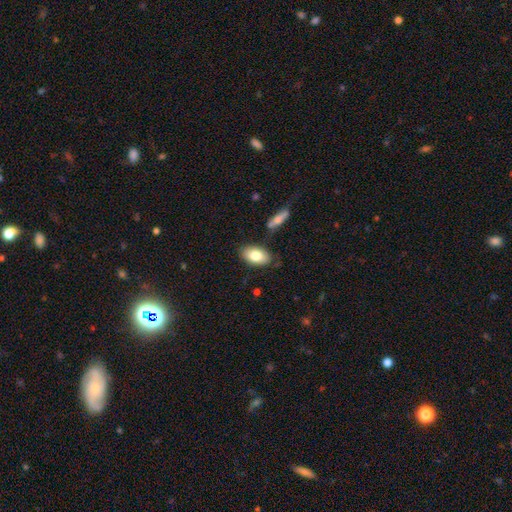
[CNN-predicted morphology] This is clearly a smooth galaxy (81%). How rounded: clearly in between (93%). Merging: clearly none (81%).